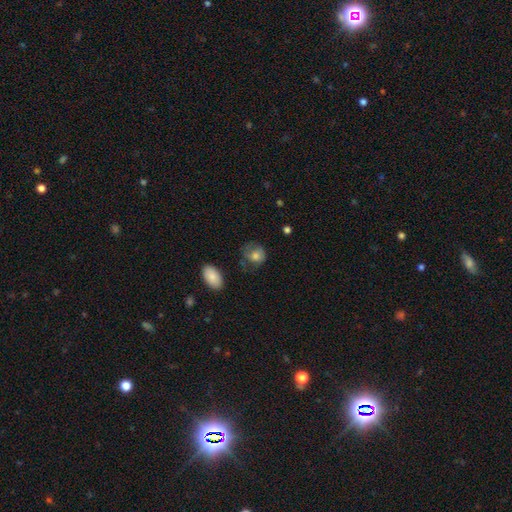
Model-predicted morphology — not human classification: Smooth or featured?
  - smooth: 73% *
  - featured or disk: 18%
  - star or artifact: 9%
How rounded?
  - round: 62% *
  - in between: 37%
  - cigar-shaped: 1%
Merging?
  - none: 48% *
  - minor disturbance: 28%
  - major disturbance: 21%
  - merger: 2%